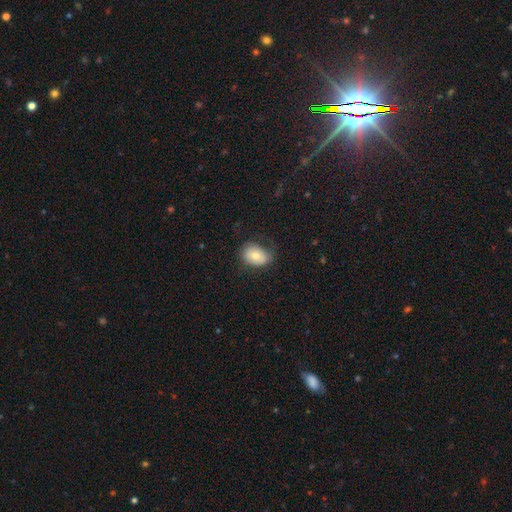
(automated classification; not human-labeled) A smooth galaxy with no disk features (71%) that is in between round and cigar-shaped (72%). Merging: none (64%).